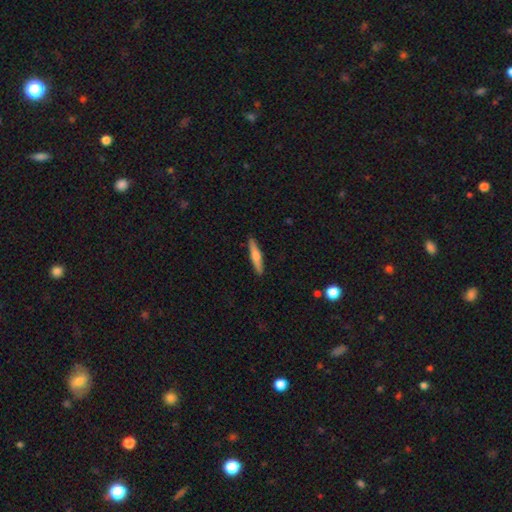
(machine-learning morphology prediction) smooth 52%, featured or disk 42%, star or artifact 6%. Down the decision tree: how rounded — cigar-shaped (90%); merging — none (91%).